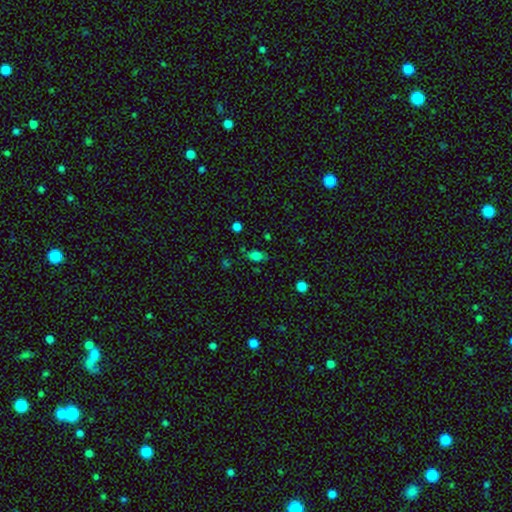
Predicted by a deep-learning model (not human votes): Morphology: type=smooth (79%); roundness=in between (82%); merging=none (73%).